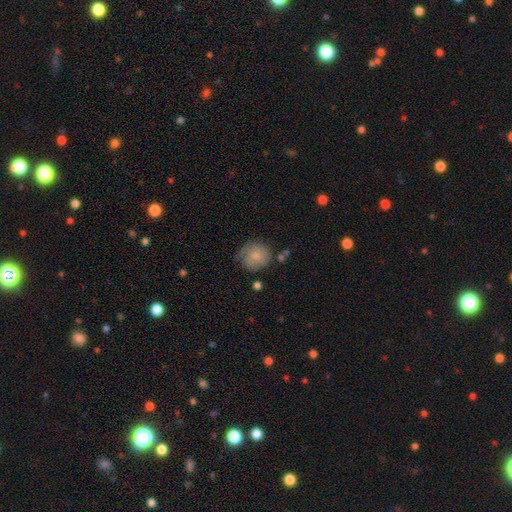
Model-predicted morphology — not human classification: The model was most divided on "merging": none: 57%, minor disturbance: 29%, major disturbance: 11%, merger: 4%. More confident: how rounded — round (85%); smooth or featured — smooth (72%).